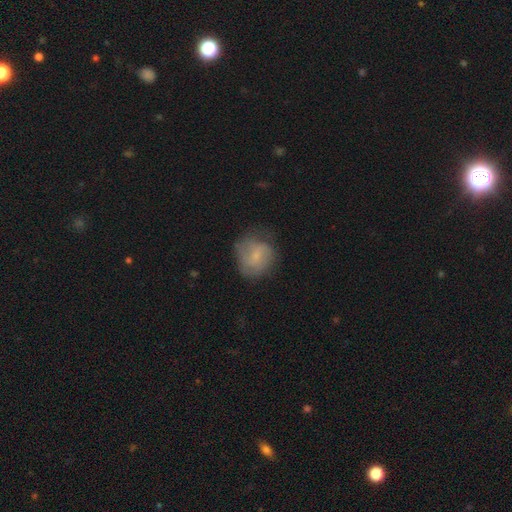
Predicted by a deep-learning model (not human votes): Smooth or featured: smooth — 48% (featured or disk — 44%)
Merging: none — 60% (minor disturbance — 26%)